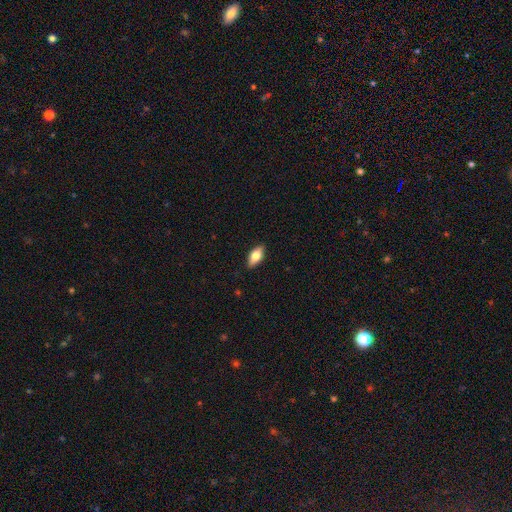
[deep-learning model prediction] Morphology: type=smooth (70%); roundness=in between (85%); merging=none (87%).